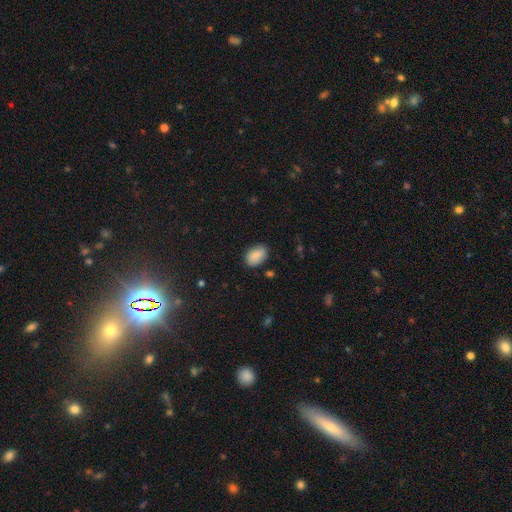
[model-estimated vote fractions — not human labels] Smooth or featured? Predicted: smooth (p=0.88). How rounded? Predicted: in between (p=0.86). Merging? Predicted: none (p=0.81).